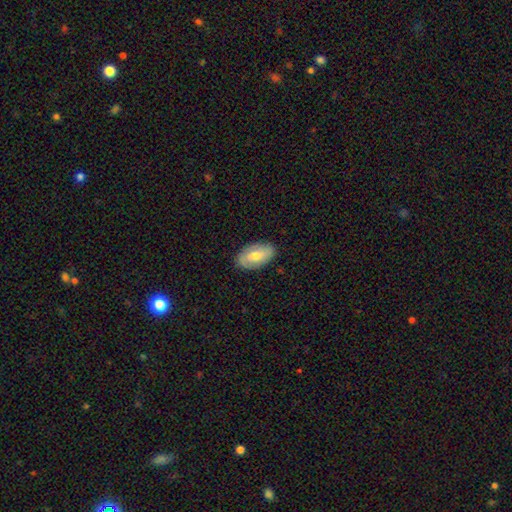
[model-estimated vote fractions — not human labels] smooth-or-featured: smooth: 57% | featured or disk: 36% | star or artifact: 7%
  how-rounded: in between: 93% | round: 4% | cigar-shaped: 2%
  merging: none: 87% | minor disturbance: 10% | major disturbance: 2% | merger: 1%